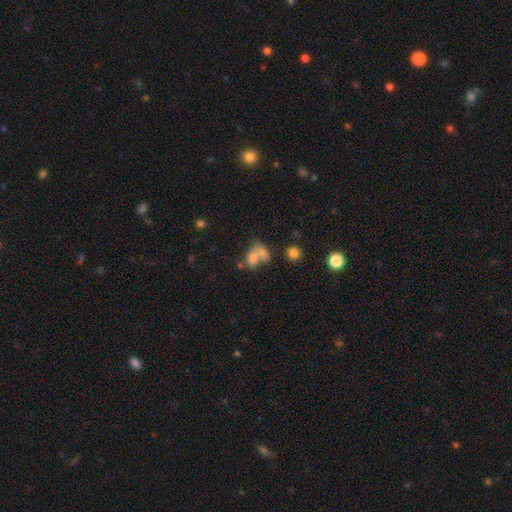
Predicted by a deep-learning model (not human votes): Smooth or featured?
  - smooth: 72% *
  - featured or disk: 16%
  - star or artifact: 12%
How rounded?
  - in between: 73% *
  - round: 24%
  - cigar-shaped: 2%
Merging?
  - merger: 58% *
  - none: 21%
  - major disturbance: 11%
  - minor disturbance: 9%